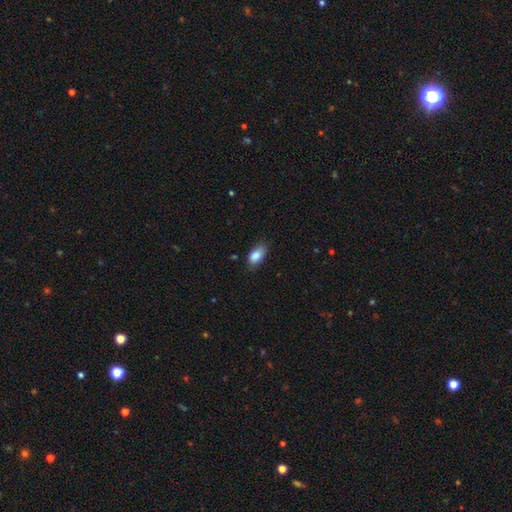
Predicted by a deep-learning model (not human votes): smooth 86%, star or artifact 7%, featured or disk 7%. Down the decision tree: how rounded — in between (91%); merging — none (71%).